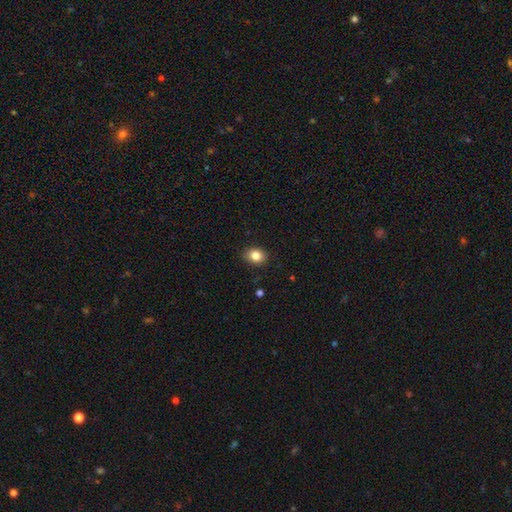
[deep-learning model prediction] Smooth or featured: smooth — 84% (star or artifact — 10%)
How rounded: in between — 50% (round — 49%)
Merging: none — 88% (minor disturbance — 9%)